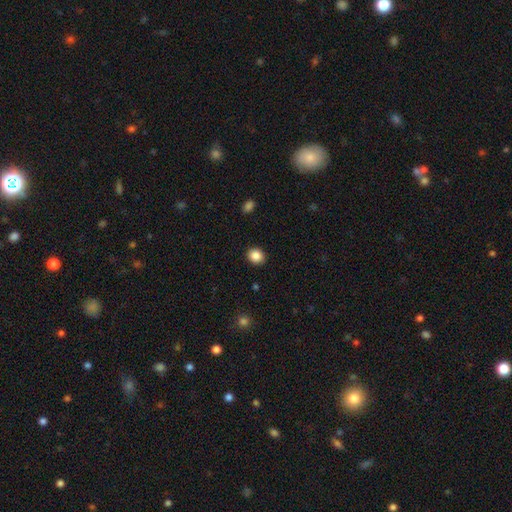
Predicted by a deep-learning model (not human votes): This appears to be a smooth galaxy with no disk features (87%) that is round (77%). Merging: none (91%).